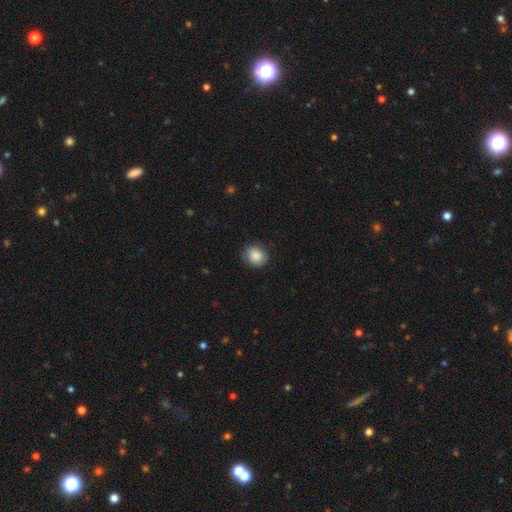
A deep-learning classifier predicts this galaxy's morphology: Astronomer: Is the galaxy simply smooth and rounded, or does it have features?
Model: smooth — 86%.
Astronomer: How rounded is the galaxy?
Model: round — 74%.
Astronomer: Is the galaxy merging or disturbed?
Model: none — 82%.